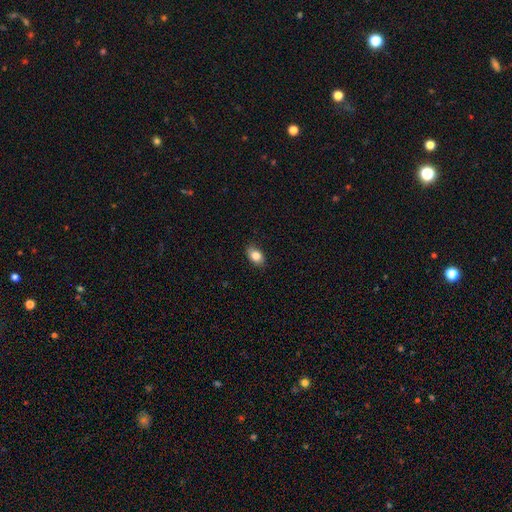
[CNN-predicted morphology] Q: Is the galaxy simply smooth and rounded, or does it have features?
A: smooth — 84%.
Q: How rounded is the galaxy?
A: in between — 87%.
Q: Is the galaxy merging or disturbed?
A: none — 86%.